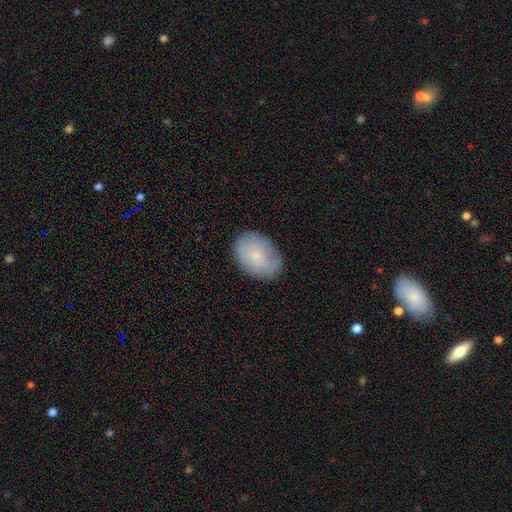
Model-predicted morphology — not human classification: Smooth or featured: smooth — 73% (featured or disk — 20%)
How rounded: in between — 75% (round — 24%)
Merging: none — 80% (minor disturbance — 15%)